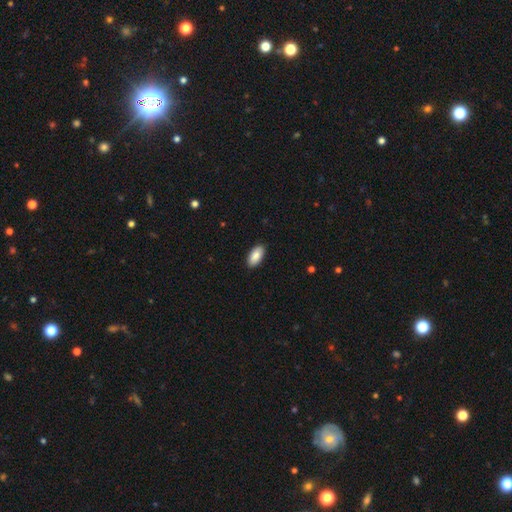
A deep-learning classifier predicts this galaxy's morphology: Overall: smooth (87%). How rounded: in between (93%). Merging: none (90%).